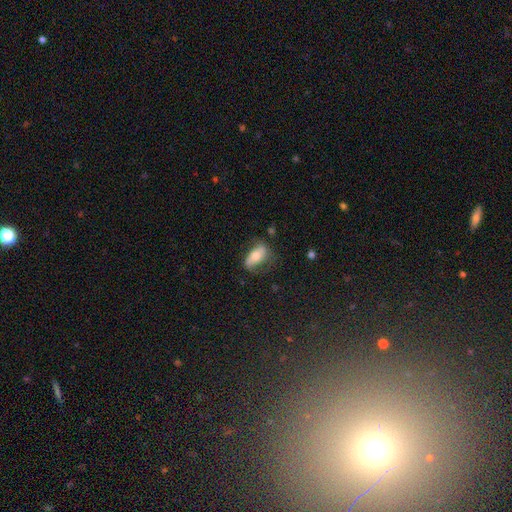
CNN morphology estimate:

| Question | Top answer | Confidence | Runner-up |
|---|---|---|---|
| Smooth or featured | smooth | 60% | featured or disk (33%) |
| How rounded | in between | 85% | cigar-shaped (10%) |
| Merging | none | 59% | minor disturbance (26%) |